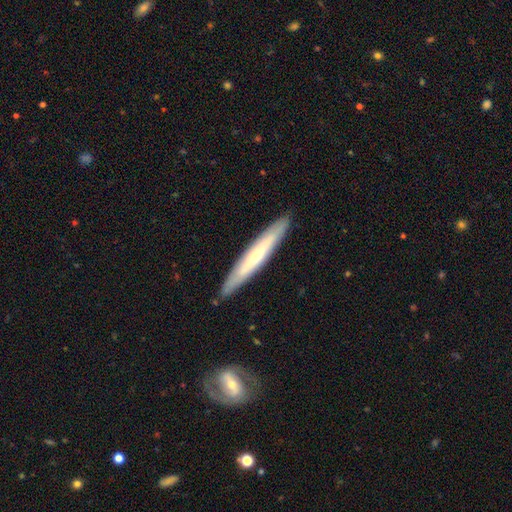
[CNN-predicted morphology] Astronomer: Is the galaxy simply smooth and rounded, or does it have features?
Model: featured or disk — 48% (runner-up: smooth, 47%).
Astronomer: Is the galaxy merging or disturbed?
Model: none — 90%.